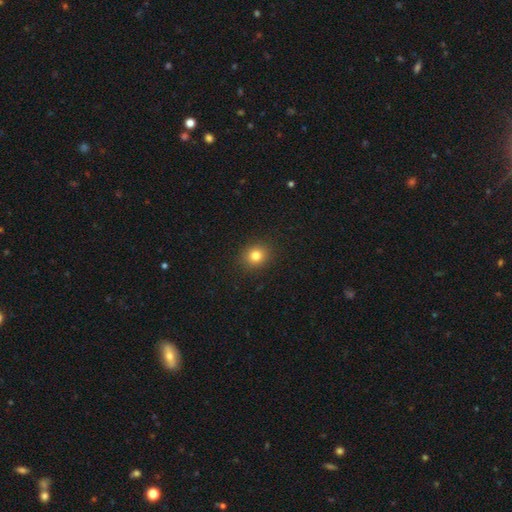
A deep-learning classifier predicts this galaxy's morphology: This is clearly a smooth galaxy (81%). How rounded: likely round (79%). Merging: clearly none (90%).